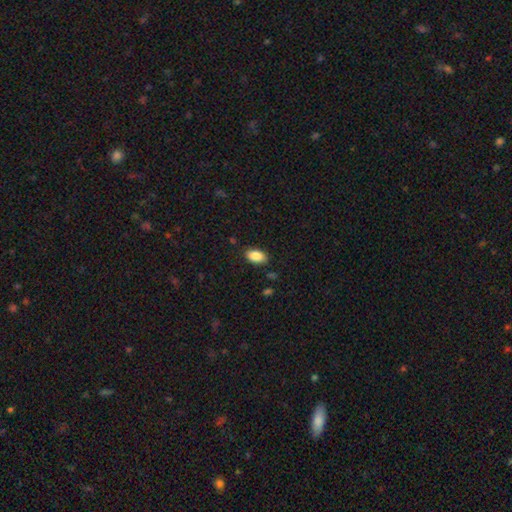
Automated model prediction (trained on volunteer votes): Smooth or featured? Predicted: smooth (p=0.88). How rounded? Predicted: in between (p=0.93). Merging? Predicted: none (p=0.86).